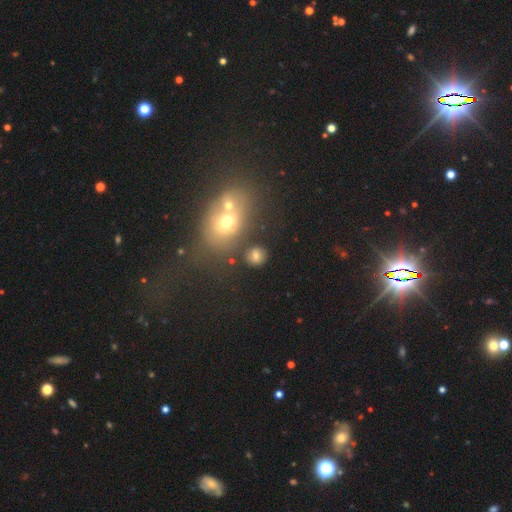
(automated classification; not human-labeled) This is likely a smooth galaxy (73%). How rounded: likely round (76%). Merging: likely none (74%).